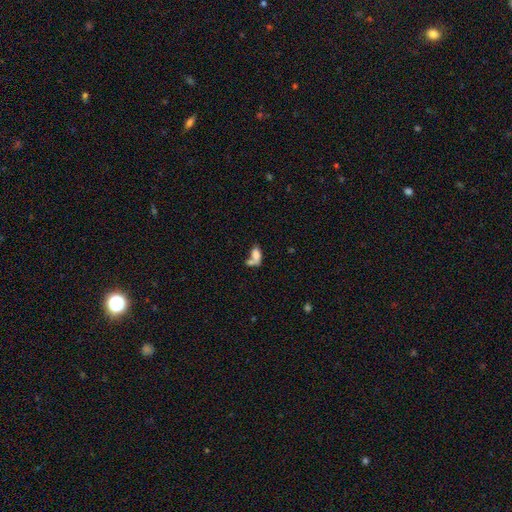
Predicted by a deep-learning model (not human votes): Smooth or featured?
  - smooth: 74% *
  - featured or disk: 16%
  - star or artifact: 10%
How rounded?
  - in between: 87% *
  - round: 7%
  - cigar-shaped: 6%
Merging?
  - merger: 56% *
  - none: 24%
  - minor disturbance: 11%
  - major disturbance: 10%